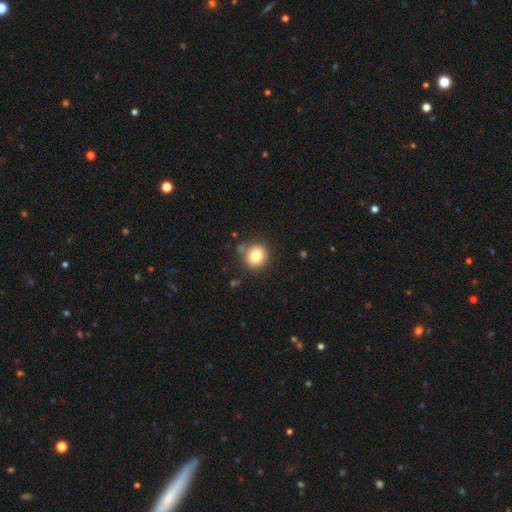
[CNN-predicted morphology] Overall: smooth (79%). How rounded: round (90%). Merging: none (80%).